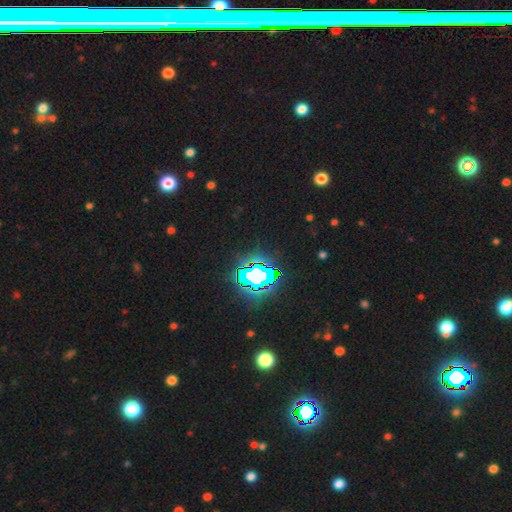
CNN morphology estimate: Q: Smooth or featured?
A: star or artifact (82%); runner-up: smooth (10%)